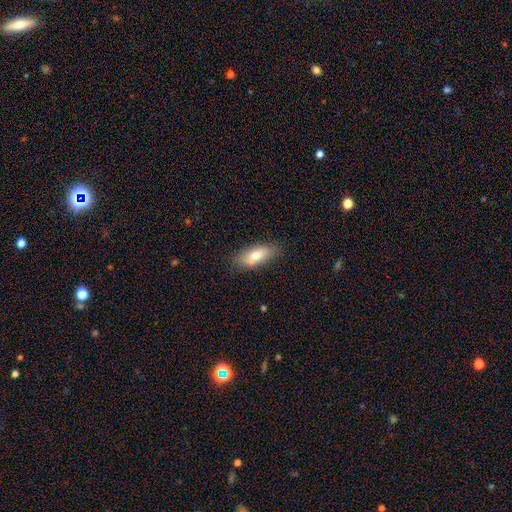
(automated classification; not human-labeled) Smooth or featured?
  - smooth: 73% *
  - featured or disk: 20%
  - star or artifact: 7%
How rounded?
  - in between: 81% *
  - cigar-shaped: 16%
  - round: 3%
Merging?
  - none: 80% *
  - minor disturbance: 15%
  - major disturbance: 3%
  - merger: 1%